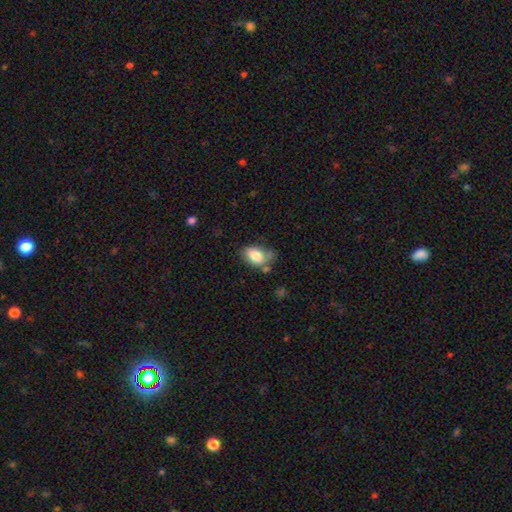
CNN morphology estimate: Smooth or featured: smooth — 80% (featured or disk — 13%)
How rounded: in between — 88% (round — 11%)
Merging: none — 52% (minor disturbance — 28%)